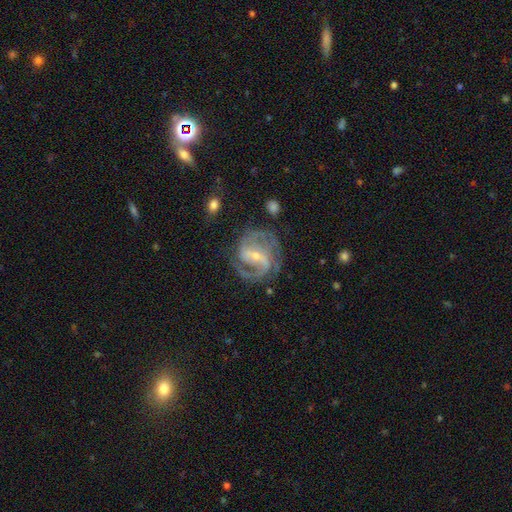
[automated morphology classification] type=featured or disk (91%); edge-on=no (98%); bar=weak (44%); spiral arms=yes (98%); winding=medium (54%); arm count=2 (61%); bulge=small (68%); merging=none (69%).